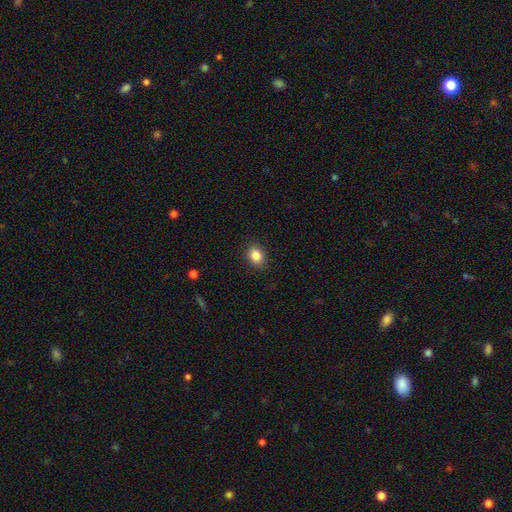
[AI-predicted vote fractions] Smooth or featured? Predicted: smooth (p=0.85). How rounded? Predicted: in between (p=0.50). Merging? Predicted: none (p=0.89).